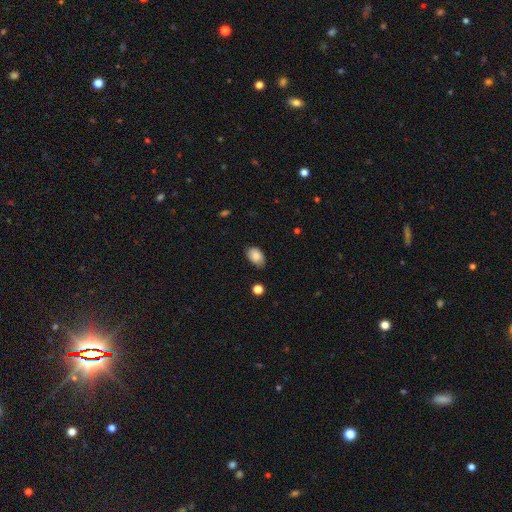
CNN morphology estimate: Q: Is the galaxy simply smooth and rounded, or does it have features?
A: smooth — 86%.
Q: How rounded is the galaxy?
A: in between — 88%.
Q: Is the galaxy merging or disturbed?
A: none — 75%.